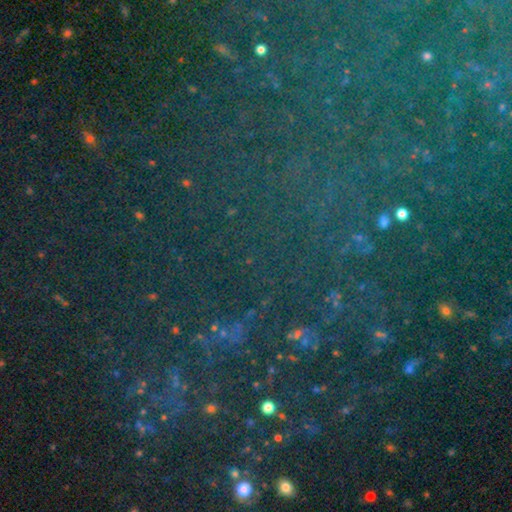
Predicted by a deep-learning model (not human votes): star or artifact 80%, smooth 12%, featured or disk 8%.